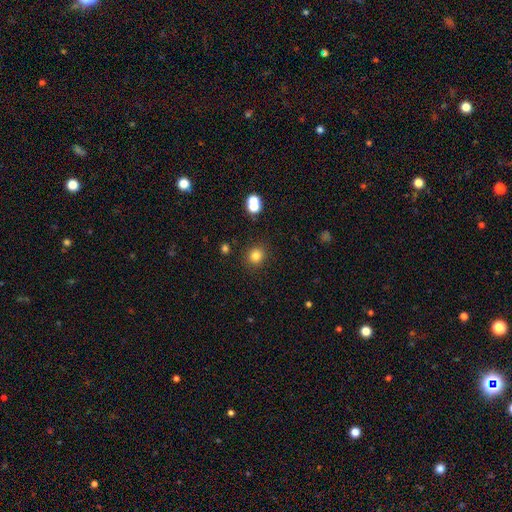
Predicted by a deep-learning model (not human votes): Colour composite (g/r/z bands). It shows a smooth galaxy with no disk features (82%) that is round (87%). Merging: none (88%).